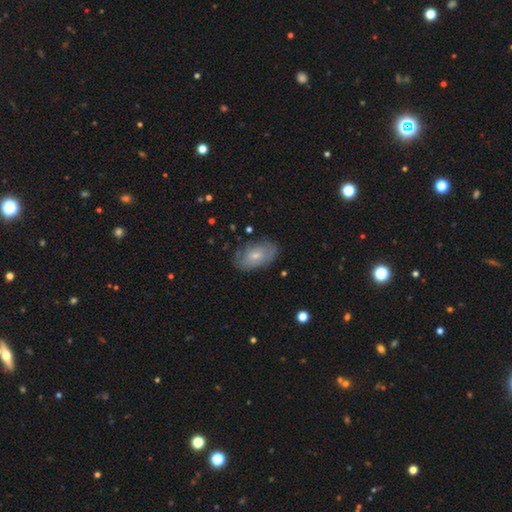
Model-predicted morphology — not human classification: smooth 54%, featured or disk 39%, star or artifact 7%. Down the decision tree: how rounded — in between (91%); merging — none (75%).